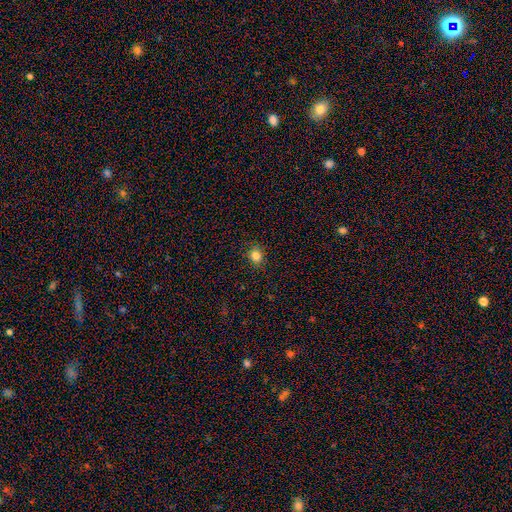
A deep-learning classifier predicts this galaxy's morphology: smooth-or-featured: smooth: 84% | star or artifact: 12% | featured or disk: 4%
  how-rounded: round: 68% | in between: 31% | cigar-shaped: 1%
  merging: none: 88% | minor disturbance: 9% | major disturbance: 2% | merger: 1%